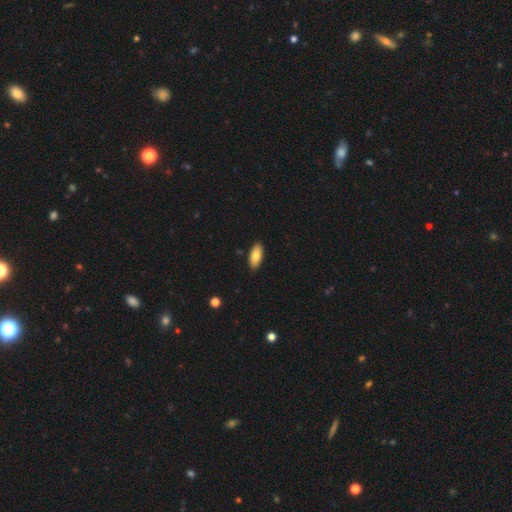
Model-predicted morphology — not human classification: smooth-or-featured: smooth: 82% | featured or disk: 12% | star or artifact: 6%
  how-rounded: in between: 89% | cigar-shaped: 9% | round: 2%
  merging: none: 88% | minor disturbance: 9% | major disturbance: 2% | merger: 1%